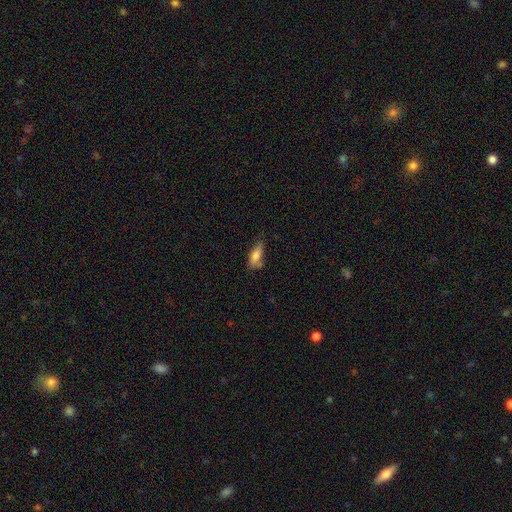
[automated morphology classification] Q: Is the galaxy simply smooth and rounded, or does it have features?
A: smooth — 77%.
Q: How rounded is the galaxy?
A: in between — 75%.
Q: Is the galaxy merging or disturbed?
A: none — 47%.